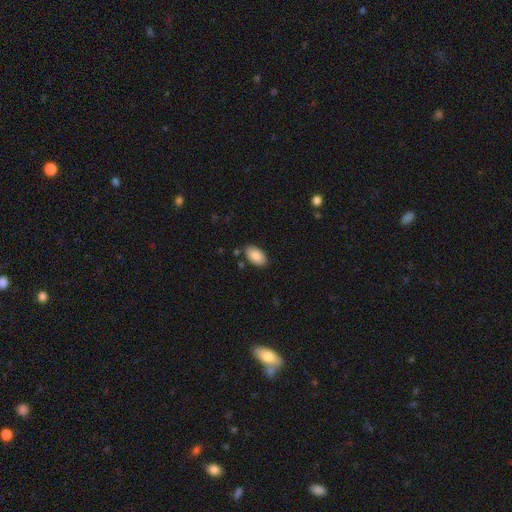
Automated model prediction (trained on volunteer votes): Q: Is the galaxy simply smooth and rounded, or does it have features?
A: smooth — 87%.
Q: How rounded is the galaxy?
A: in between — 95%.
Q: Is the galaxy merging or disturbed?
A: none — 83%.